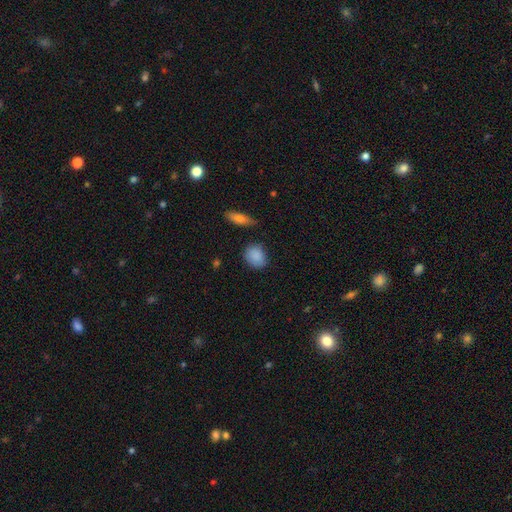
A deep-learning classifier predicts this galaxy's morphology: The model was most divided on "how rounded": round: 55%, in between: 43%, cigar-shaped: 2%. More confident: smooth or featured — smooth (87%); merging — none (75%).